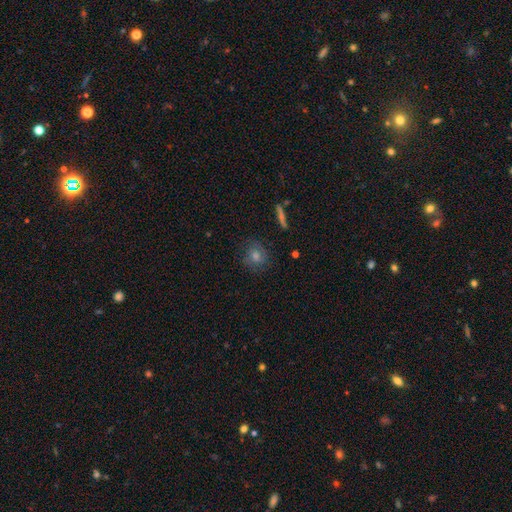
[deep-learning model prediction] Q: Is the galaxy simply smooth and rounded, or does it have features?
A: smooth — 52%.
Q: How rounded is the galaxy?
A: round — 85%.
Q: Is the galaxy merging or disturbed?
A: none — 82%.